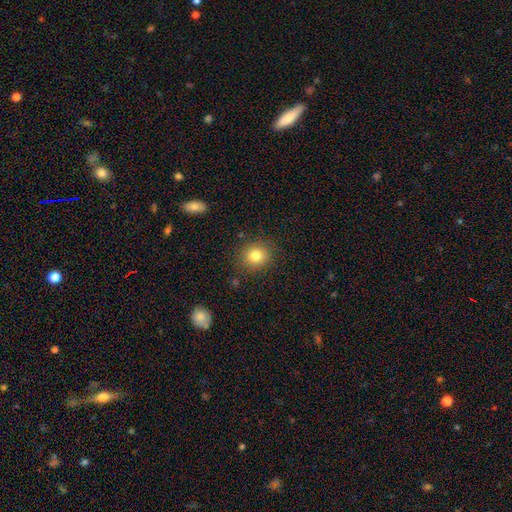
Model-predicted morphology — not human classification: Overall: smooth (81%). How rounded: round (82%). Merging: none (87%).